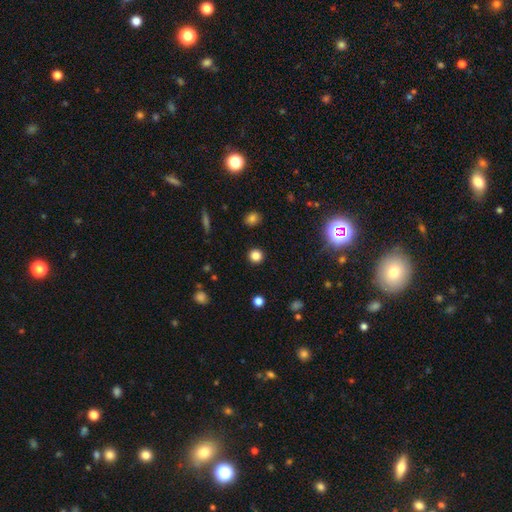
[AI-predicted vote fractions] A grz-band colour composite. It shows a smooth galaxy with no disk features (83%) that is round (93%). Merging: none (92%).